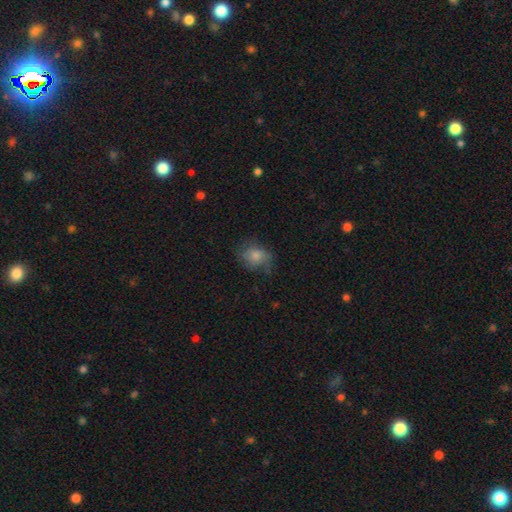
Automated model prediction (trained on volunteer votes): Smooth or featured? Predicted: smooth (p=0.77). How rounded? Predicted: in between (p=0.50). Merging? Predicted: none (p=0.57).